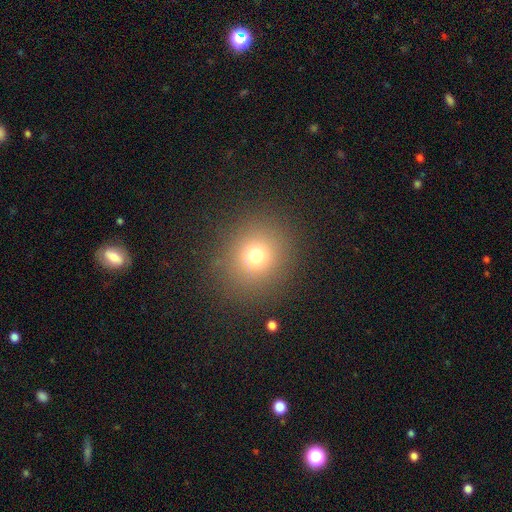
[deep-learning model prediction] Q: Smooth or featured?
A: smooth (73%); runner-up: star or artifact (18%)
Q: How rounded?
A: round (83%); runner-up: in between (16%)
Q: Merging?
A: none (87%); runner-up: minor disturbance (7%)